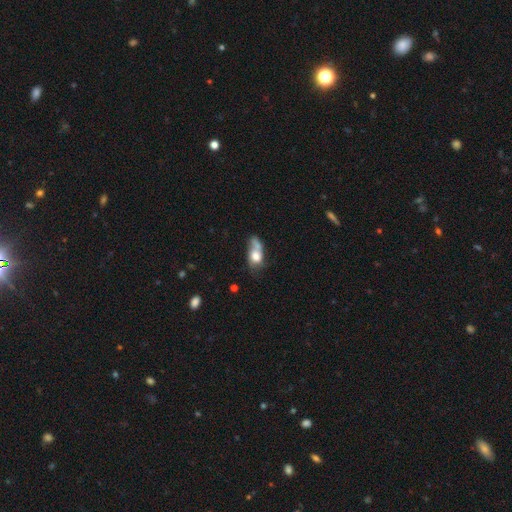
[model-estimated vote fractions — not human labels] Q: Smooth or featured?
A: smooth (66%); runner-up: featured or disk (24%)
Q: How rounded?
A: in between (71%); runner-up: round (23%)
Q: Merging?
A: merger (32%); runner-up: major disturbance (24%)